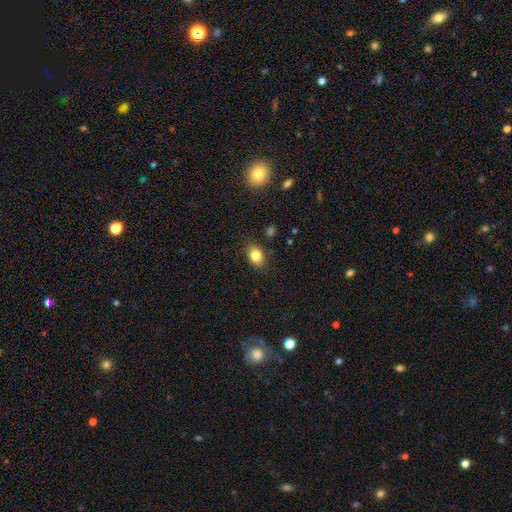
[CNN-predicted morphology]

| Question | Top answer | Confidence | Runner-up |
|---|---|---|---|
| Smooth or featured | smooth | 83% | star or artifact (10%) |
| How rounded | in between | 74% | round (25%) |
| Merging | none | 85% | minor disturbance (11%) |